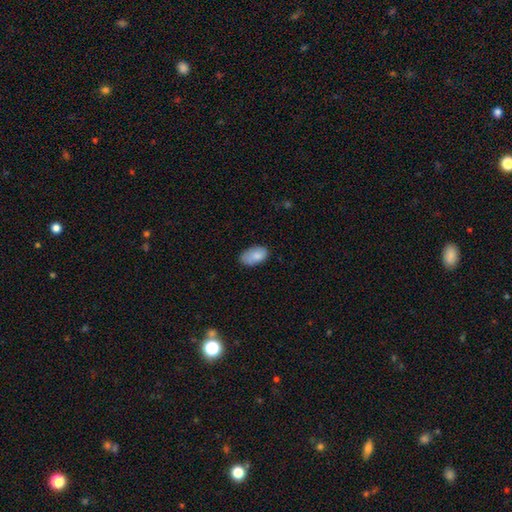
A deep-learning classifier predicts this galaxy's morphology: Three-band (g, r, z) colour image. It shows a smooth galaxy with no disk features (84%) that is in between round and cigar-shaped (94%). Merging: none (67%).